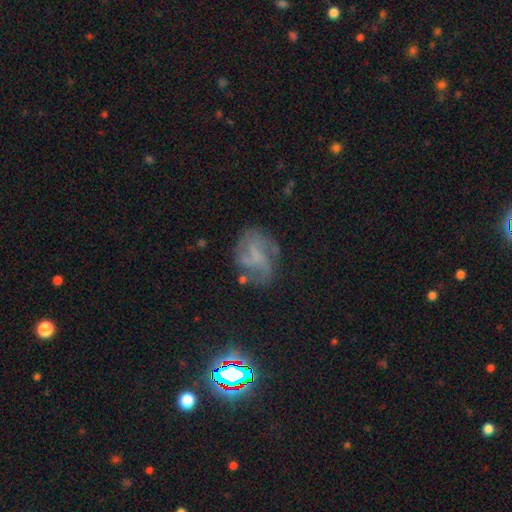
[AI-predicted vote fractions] Smooth or featured?
  - featured or disk: 66% *
  - smooth: 22%
  - star or artifact: 13%
Edge-on disk?
  - no: 97% *
  - yes: 3%
Bar?
  - no: 48% *
  - weak: 40%
  - strong: 13%
Spiral arms?
  - yes: 80% *
  - no: 20%
Spiral winding?
  - medium: 40% *
  - loose: 38%
  - tight: 21%
Spiral arm count?
  - 2: 29% *
  - can't tell: 28%
  - 3: 25%
  - 4: 8%
  - 1: 5%
  - more than 4: 5%
Bulge size?
  - none: 61% *
  - small: 22%
  - moderate: 14%
  - large: 3%
  - dominant: 1%
Merging?
  - none: 57% *
  - minor disturbance: 21%
  - major disturbance: 18%
  - merger: 4%